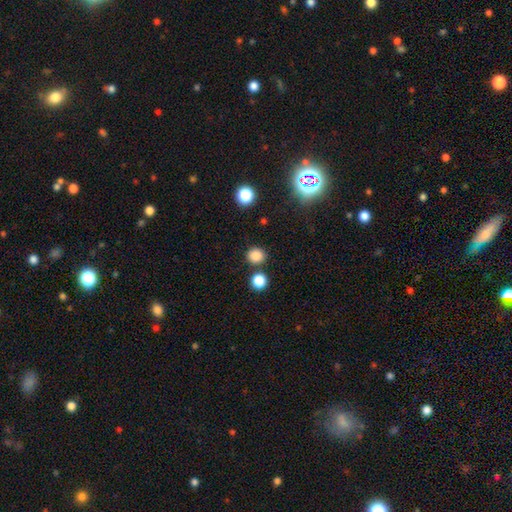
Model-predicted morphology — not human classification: smooth-or-featured: smooth: 83% | star or artifact: 13% | featured or disk: 4%
  how-rounded: round: 86% | in between: 13% | cigar-shaped: 1%
  merging: none: 83% | minor disturbance: 8% | merger: 7% | major disturbance: 3%